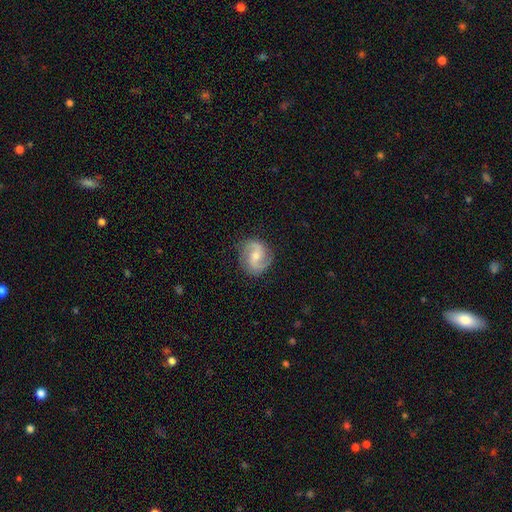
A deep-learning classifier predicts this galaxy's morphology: This is clearly a featured or disk galaxy (81%). It is clearly not viewed edge-on (98%). Bar: possibly weak (51%). Spiral arm pattern: clearly yes (96%). Spiral arm count: clearly 2 (92%). Spiral winding: possibly medium (51%). Central bulge: possibly moderate (49%). Merging: clearly none (83%).